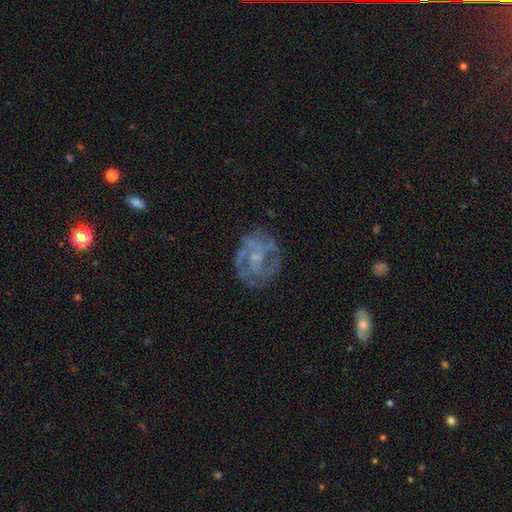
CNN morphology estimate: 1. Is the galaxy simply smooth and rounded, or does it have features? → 80% featured or disk, 12% smooth, 8% star or artifact.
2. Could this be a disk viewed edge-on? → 98% no, 2% yes.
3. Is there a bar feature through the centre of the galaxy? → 62% no, 31% weak, 6% strong.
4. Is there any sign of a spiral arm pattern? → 86% yes, 14% no.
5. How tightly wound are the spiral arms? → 45% tight, 42% medium, 12% loose.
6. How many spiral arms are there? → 28% can't tell, 27% 2, 27% 3, 9% 4, 5% 1, 5% more than 4.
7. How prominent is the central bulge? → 60% small, 24% moderate, 14% none, 1% large, 1% dominant.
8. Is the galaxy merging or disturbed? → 72% none, 17% minor disturbance, 9% major disturbance, 2% merger.